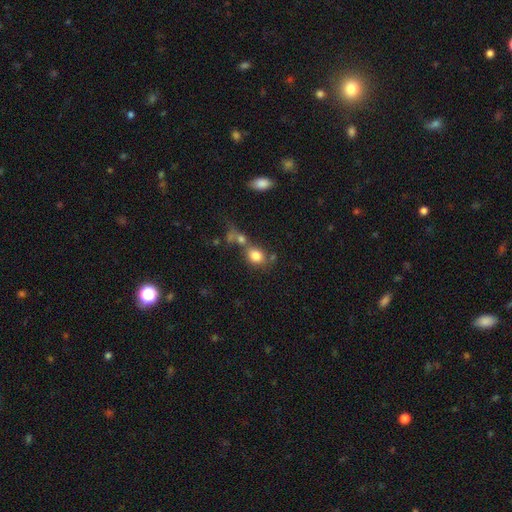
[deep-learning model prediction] Smooth or featured? smooth (80%)
How rounded? round (58%)
Merging? none (46%)